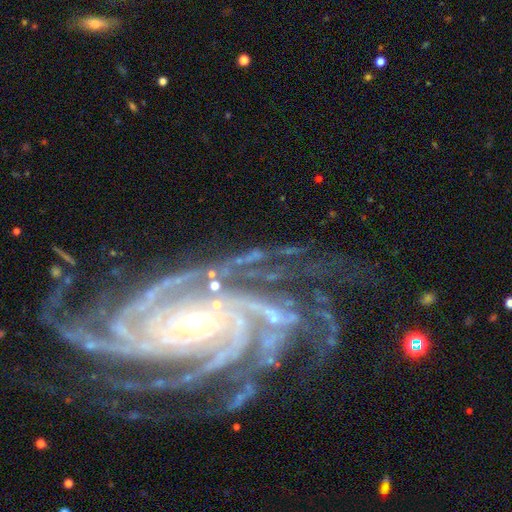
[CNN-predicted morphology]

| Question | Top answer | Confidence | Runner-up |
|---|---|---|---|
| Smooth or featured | featured or disk | 90% | star or artifact (7%) |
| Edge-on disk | no | 97% | yes (3%) |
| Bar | no | 47% | weak (29%) |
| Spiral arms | yes | 98% | no (2%) |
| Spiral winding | tight | 69% | medium (26%) |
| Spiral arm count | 4 | 27% | more than 4 (26%) |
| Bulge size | small | 64% | moderate (30%) |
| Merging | none | 65% | minor disturbance (18%) |